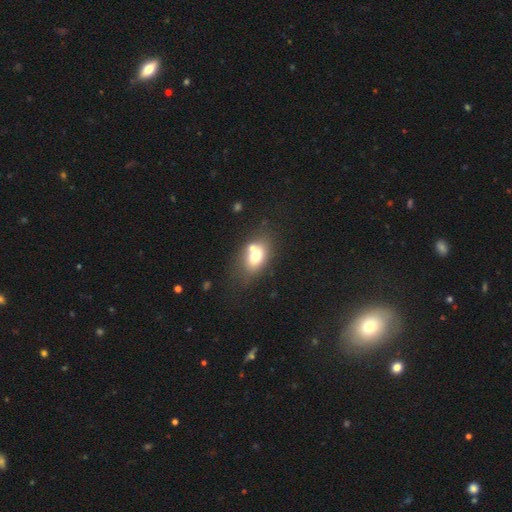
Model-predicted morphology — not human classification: Overall: smooth (67%). How rounded: in between (76%). Merging: none (50%; merger 30%).